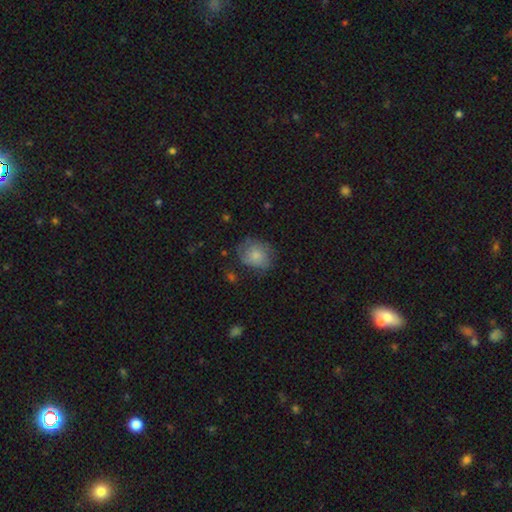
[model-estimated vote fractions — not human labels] Smooth or featured: smooth — 73% (featured or disk — 19%)
How rounded: round — 60% (in between — 39%)
Merging: none — 59% (minor disturbance — 28%)